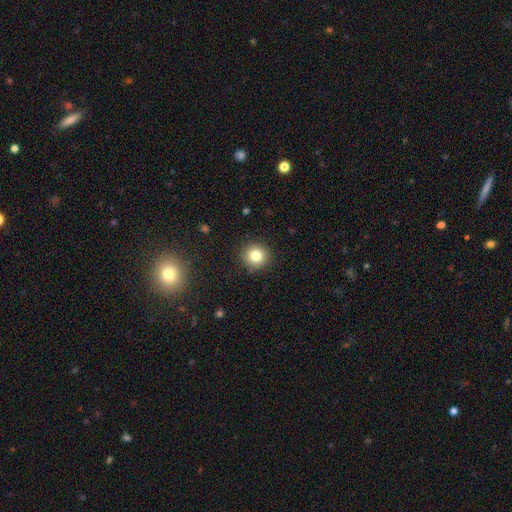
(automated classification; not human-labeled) smooth_or_featured: smooth (p=0.81) [alt: star or artifact p=0.11]
how_rounded: round (p=0.93) [alt: in between p=0.06]
merging: none (p=0.90) [alt: minor disturbance p=0.07]